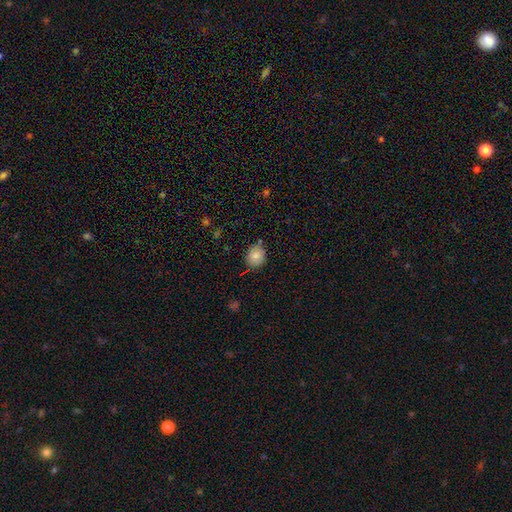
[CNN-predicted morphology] type=smooth (84%); roundness=round (70%); merging=none (79%).